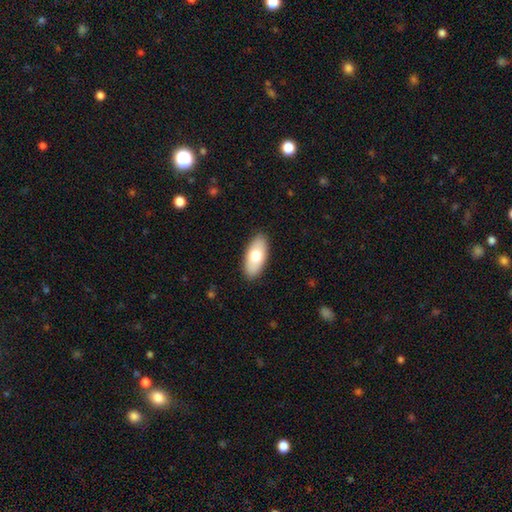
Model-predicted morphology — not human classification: Overall: smooth (71%). How rounded: in between (91%). Merging: none (89%).